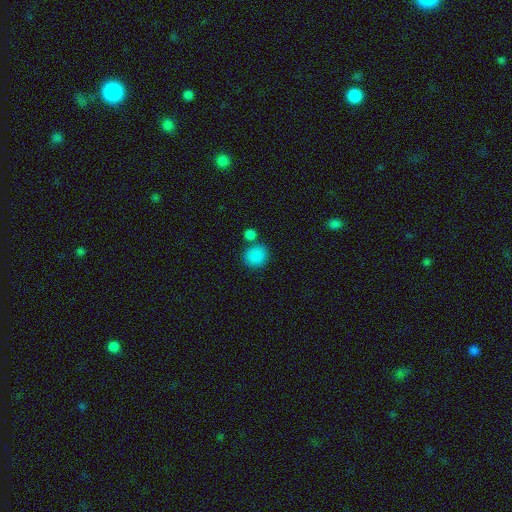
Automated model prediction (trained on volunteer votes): Smooth or featured?
  - smooth: 86% *
  - star or artifact: 10%
  - featured or disk: 4%
How rounded?
  - round: 79% *
  - in between: 20%
  - cigar-shaped: 1%
Merging?
  - none: 68% *
  - merger: 18%
  - minor disturbance: 11%
  - major disturbance: 4%